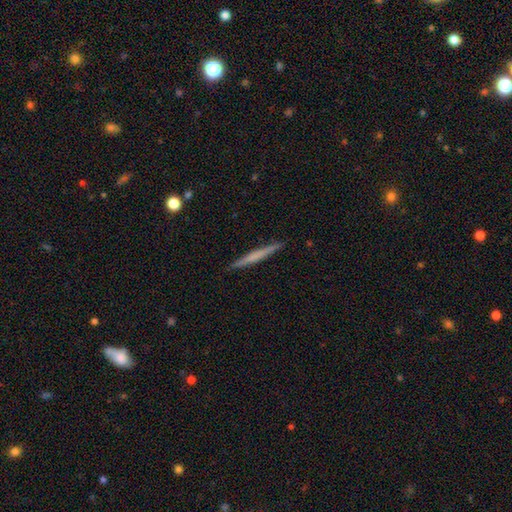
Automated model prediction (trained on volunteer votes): smooth-or-featured: smooth: 50% | featured or disk: 45% | star or artifact: 5%
  merging: none: 92% | minor disturbance: 6% | major disturbance: 1% | merger: 1%